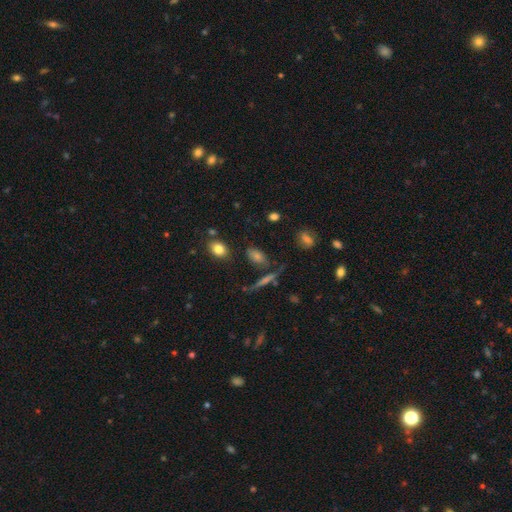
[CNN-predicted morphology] Overall: smooth (67%). How rounded: in between (70%). Merging: none (74%).